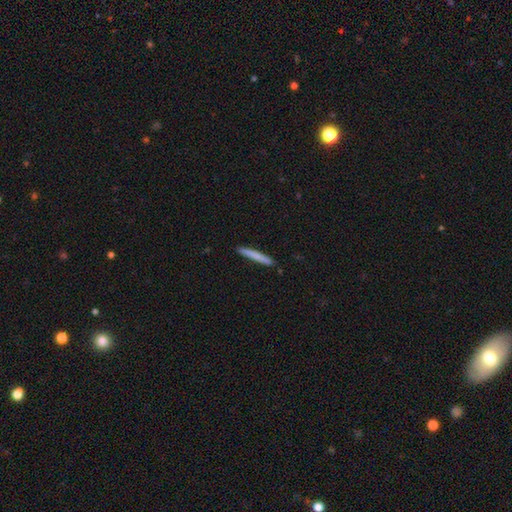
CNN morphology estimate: smooth_or_featured: smooth (p=0.74) [alt: featured or disk p=0.20]
how_rounded: cigar-shaped (p=0.96) [alt: in between p=0.03]
merging: none (p=0.90) [alt: minor disturbance p=0.07]